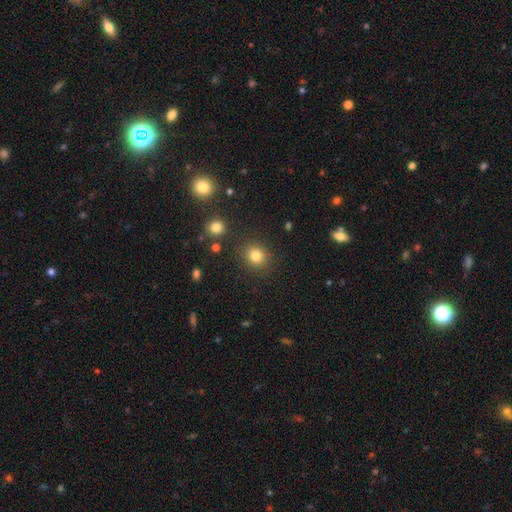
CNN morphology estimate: A smooth galaxy with no disk features (82%) that is round (82%).

Vote fractions:
- Smooth or featured? smooth: 82% / star or artifact: 13% / featured or disk: 5%
- How rounded? round: 82% / in between: 17% / cigar-shaped: 1%
- Merging? none: 87% / minor disturbance: 7% / merger: 3% / major disturbance: 3%